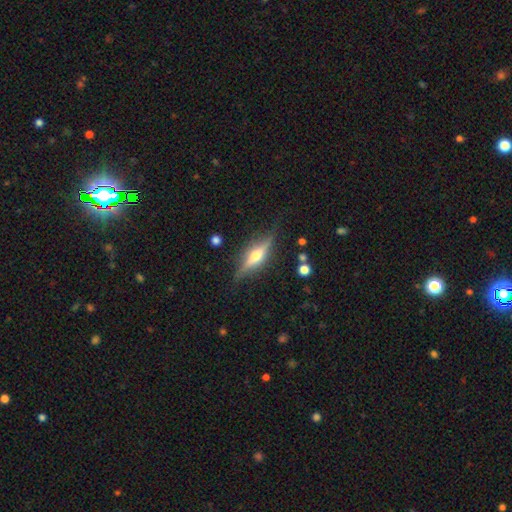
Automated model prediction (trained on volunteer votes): The model was most divided on "smooth or featured": featured or disk: 73%, smooth: 20%, star or artifact: 7%. More confident: edge-on disk — yes (95%); edge-on bulge — rounded (92%); merging — none (83%).